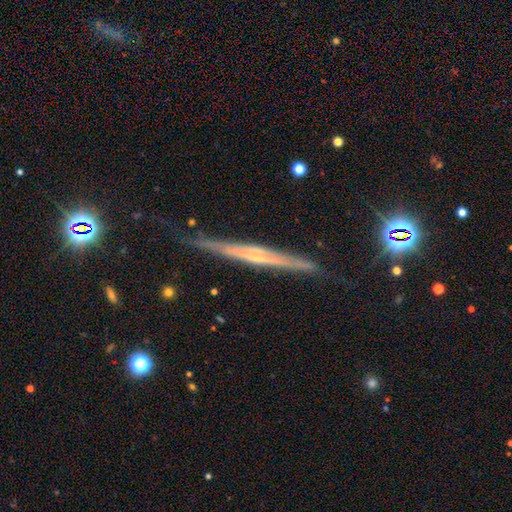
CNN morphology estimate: smooth-or-featured: featured or disk: 74% | smooth: 18% | star or artifact: 8%
  disk-edge-on: yes: 97% | no: 3%
    edge-on-bulge: none: 46% | rounded: 39% | boxy: 15%
  merging: none: 82% | minor disturbance: 13% | major disturbance: 2% | merger: 2%